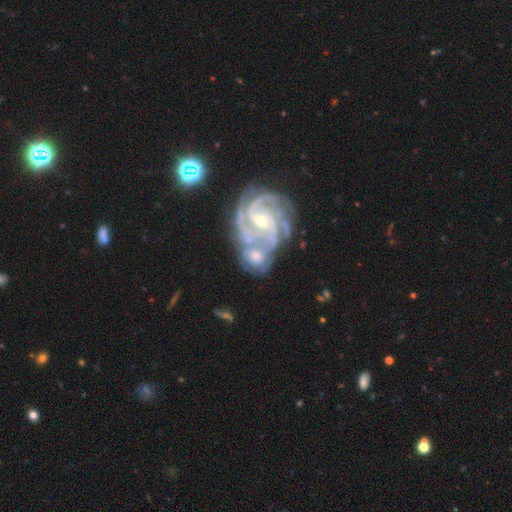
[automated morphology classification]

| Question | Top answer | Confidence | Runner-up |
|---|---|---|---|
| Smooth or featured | featured or disk | 81% | smooth (13%) |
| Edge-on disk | no | 98% | yes (2%) |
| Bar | weak | 43% | no (36%) |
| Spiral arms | yes | 94% | no (6%) |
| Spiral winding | tight | 54% | medium (39%) |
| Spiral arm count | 3 | 36% | 2 (21%) |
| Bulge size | small | 48% | moderate (45%) |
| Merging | merger | 46% | none (31%) |